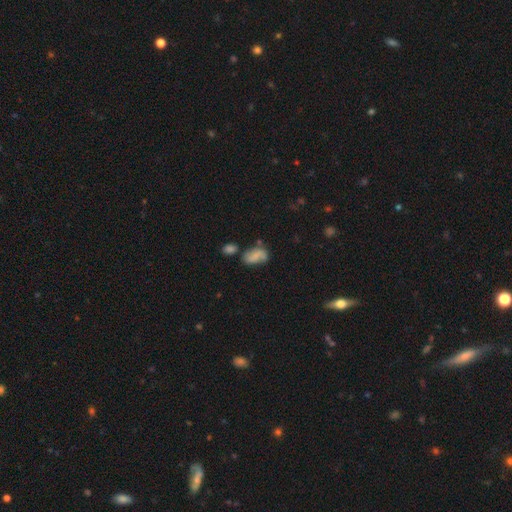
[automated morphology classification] Smooth or featured: smooth — 60% (featured or disk — 28%)
How rounded: in between — 88% (round — 8%)
Merging: none — 47% (minor disturbance — 25%)